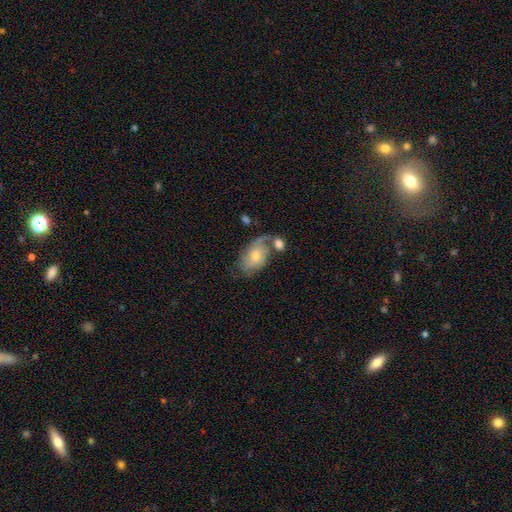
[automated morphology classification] The model was most divided on "merging": none: 37%, merger: 27%, minor disturbance: 20%, major disturbance: 16%. More confident: edge-on disk — no (95%); spiral arms — yes (78%); bar — no (73%); bulge size — moderate (56%); smooth or featured — featured or disk (56%).